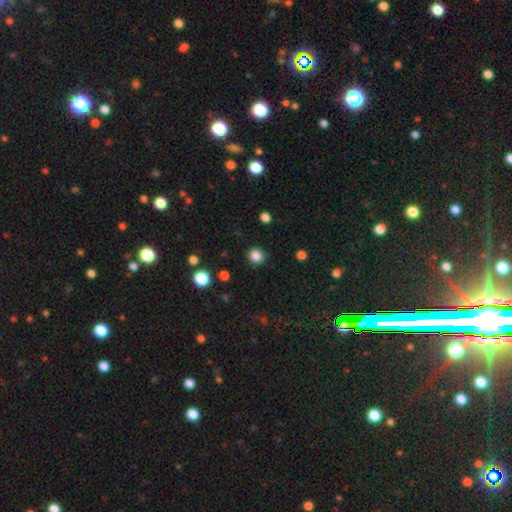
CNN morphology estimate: smooth-or-featured: smooth: 84% | star or artifact: 12% | featured or disk: 4%
  how-rounded: round: 93% | in between: 6% | cigar-shaped: 1%
  merging: none: 90% | minor disturbance: 6% | major disturbance: 2% | merger: 1%